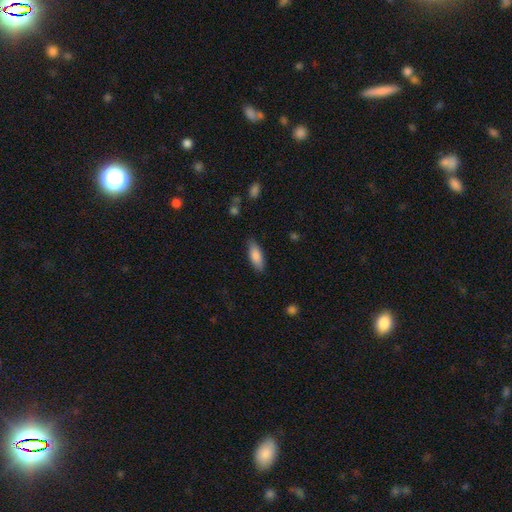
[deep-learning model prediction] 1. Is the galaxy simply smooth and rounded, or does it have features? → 85% smooth, 9% featured or disk, 6% star or artifact.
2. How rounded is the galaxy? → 70% in between, 29% cigar-shaped, 2% round.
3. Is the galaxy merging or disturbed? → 85% none, 12% minor disturbance, 2% major disturbance, 1% merger.